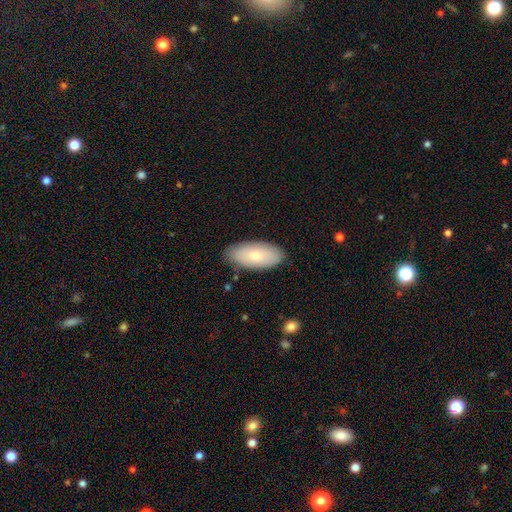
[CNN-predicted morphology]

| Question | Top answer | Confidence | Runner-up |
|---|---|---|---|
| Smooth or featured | smooth | 71% | featured or disk (23%) |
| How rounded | in between | 93% | cigar-shaped (5%) |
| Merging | none | 83% | minor disturbance (13%) |